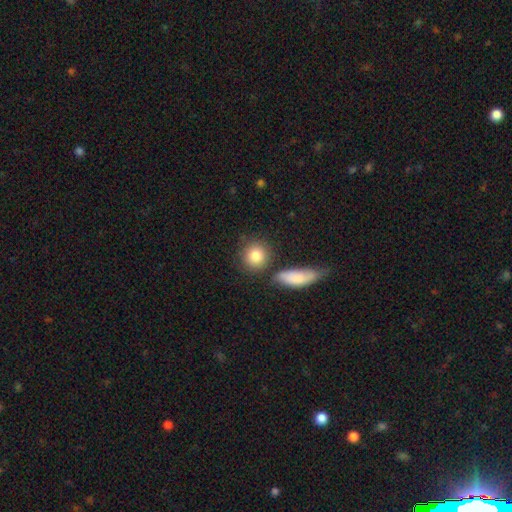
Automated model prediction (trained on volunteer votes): Smooth or featured: smooth — 84% (featured or disk — 8%)
How rounded: round — 83% (in between — 14%)
Merging: none — 74% (merger — 12%)